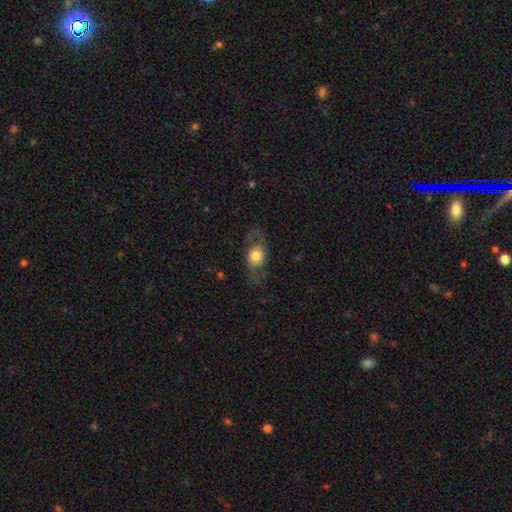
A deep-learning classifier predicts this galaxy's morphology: Q: Smooth or featured?
A: featured or disk (57%); runner-up: smooth (36%)
Q: Edge-on disk?
A: no (86%); runner-up: yes (14%)
Q: Merging?
A: none (70%); runner-up: minor disturbance (15%)